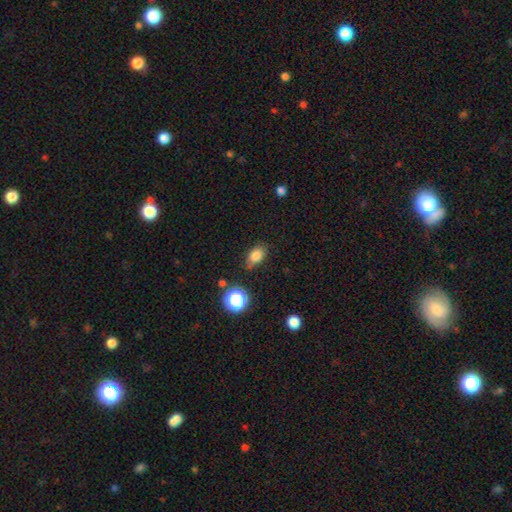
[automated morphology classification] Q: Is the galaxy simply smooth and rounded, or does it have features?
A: smooth — 80%.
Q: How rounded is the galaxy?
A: in between — 79%.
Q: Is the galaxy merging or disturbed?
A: none — 75%.